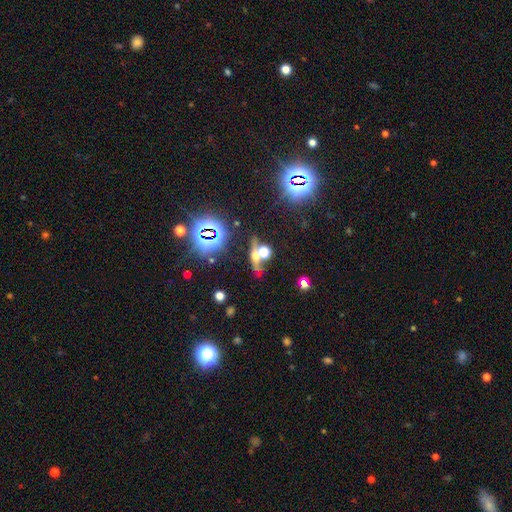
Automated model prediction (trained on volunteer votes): This is marginally a star or artifact rather than a galaxy (35%).